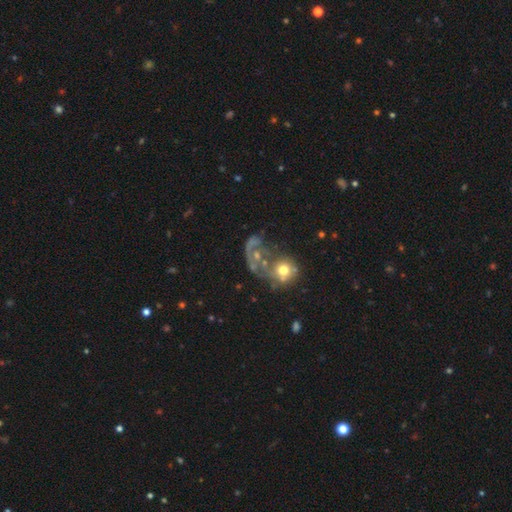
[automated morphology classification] type=featured or disk (54%); edge-on=no (97%); bar=no (83%); spiral arms=no (56%); bulge=moderate (48%); merging=merger (45%).